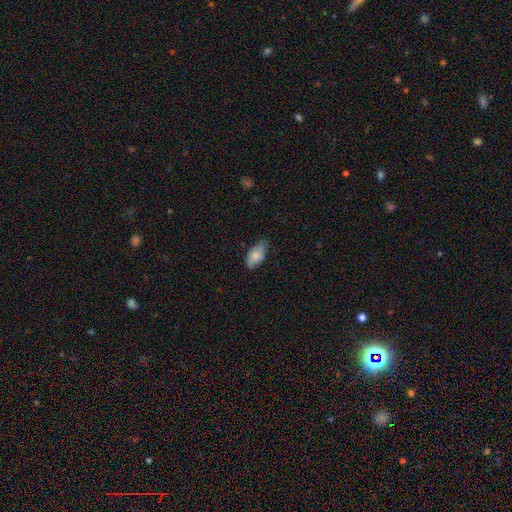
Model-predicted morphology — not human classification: smooth 73%, featured or disk 20%, star or artifact 6%. Down the decision tree: how rounded — in between (93%); merging — none (69%).